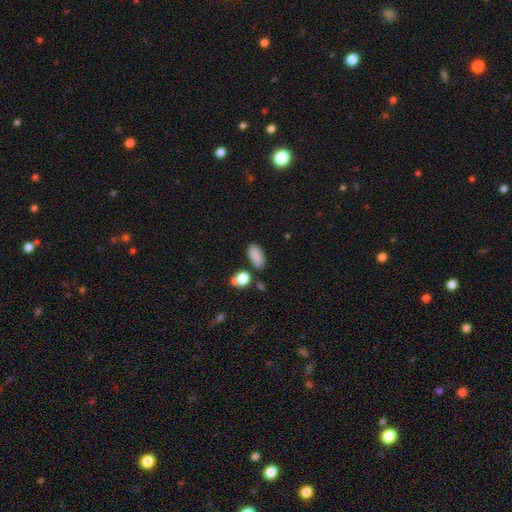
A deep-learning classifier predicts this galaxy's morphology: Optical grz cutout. It shows a smooth galaxy with no disk features (86%) that is in between round and cigar-shaped (91%). Merging: none (77%).